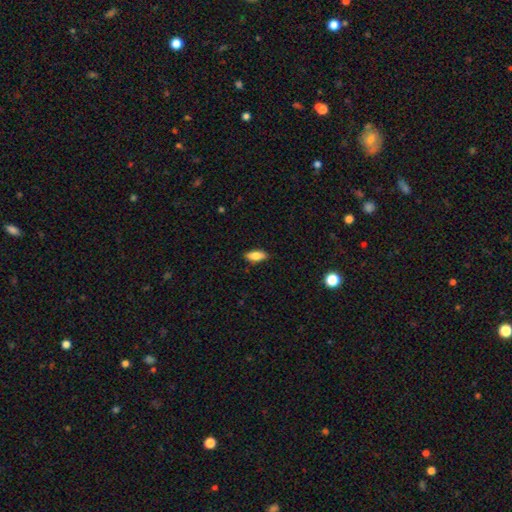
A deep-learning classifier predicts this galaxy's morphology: A smooth galaxy with no disk features (80%) that is in between round and cigar-shaped (80%). Merging: none (87%).